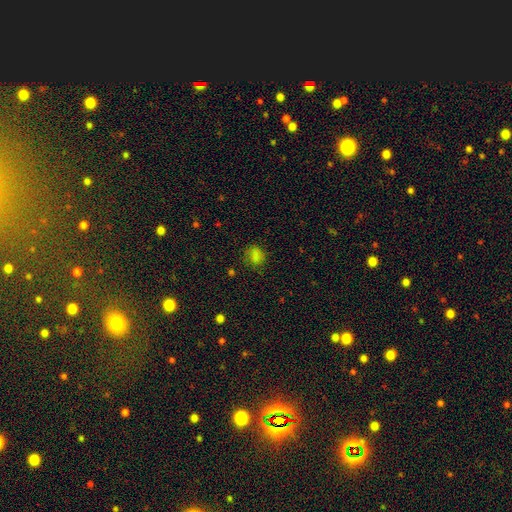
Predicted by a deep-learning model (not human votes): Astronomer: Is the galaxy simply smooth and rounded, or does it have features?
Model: smooth — 78%.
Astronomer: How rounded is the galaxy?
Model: in between — 52% (runner-up: round, 46%).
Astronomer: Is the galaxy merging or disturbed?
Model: none — 71%.